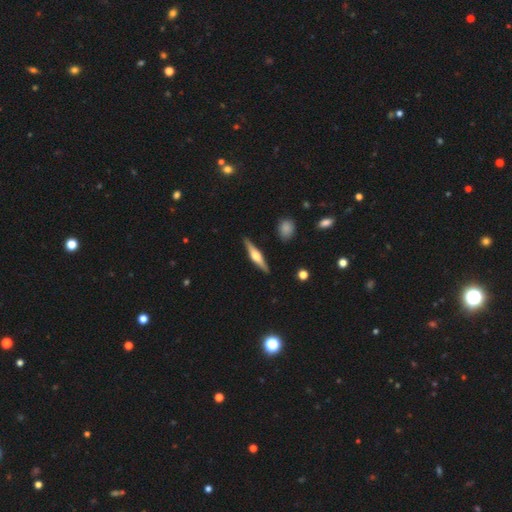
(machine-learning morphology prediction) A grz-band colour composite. It shows a featured or disk galaxy (68%) viewed edge-on (97%) with a rounded central bulge (91%). Merging: none (89%).